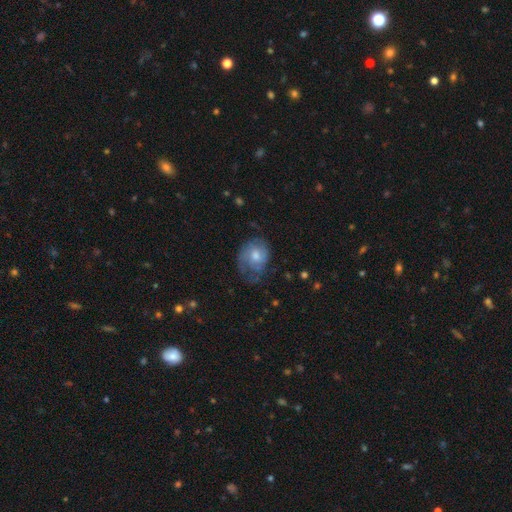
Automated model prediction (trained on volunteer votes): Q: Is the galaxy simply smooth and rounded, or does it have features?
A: smooth — 48%.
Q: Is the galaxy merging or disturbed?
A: none — 44%.